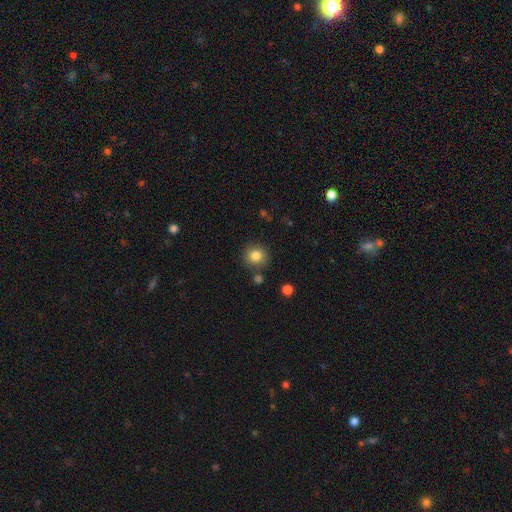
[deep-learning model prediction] Q: Smooth or featured?
A: smooth (83%); runner-up: star or artifact (10%)
Q: How rounded?
A: round (87%); runner-up: in between (12%)
Q: Merging?
A: none (81%); runner-up: minor disturbance (10%)